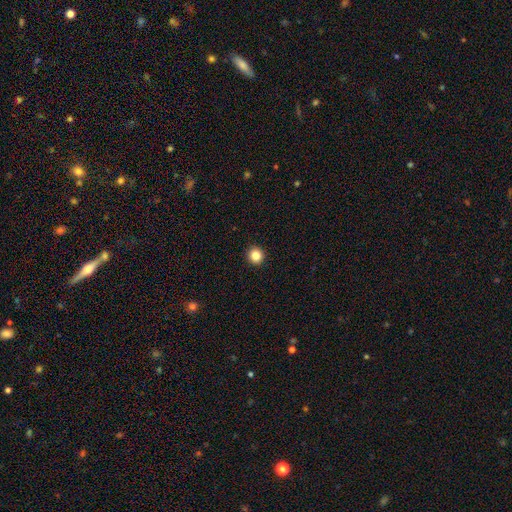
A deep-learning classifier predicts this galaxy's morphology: smooth_or_featured: smooth (p=0.85) [alt: star or artifact p=0.11]
how_rounded: round (p=0.94) [alt: in between p=0.05]
merging: none (p=0.94) [alt: minor disturbance p=0.04]